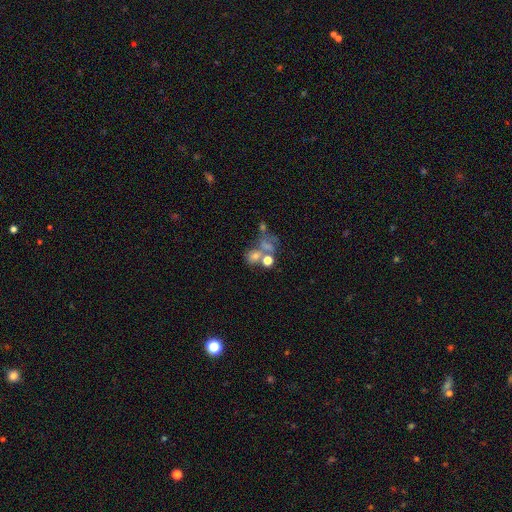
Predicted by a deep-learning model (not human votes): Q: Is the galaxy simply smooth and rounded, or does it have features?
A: smooth — 52%.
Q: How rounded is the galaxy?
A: round — 63%.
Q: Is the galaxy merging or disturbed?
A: merger — 41%.